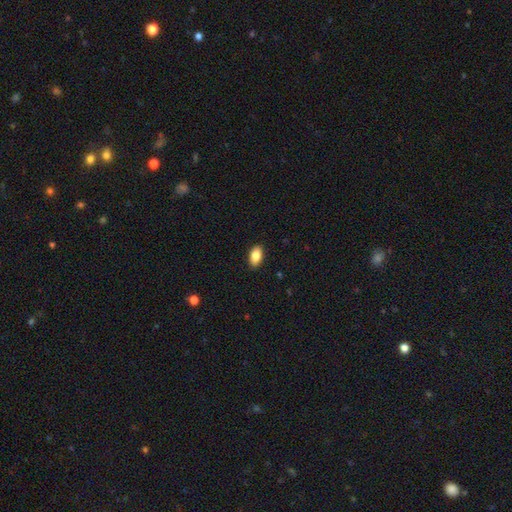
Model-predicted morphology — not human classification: This appears to be a smooth galaxy with no disk features (86%) that is in between round and cigar-shaped (93%). Merging: none (90%).